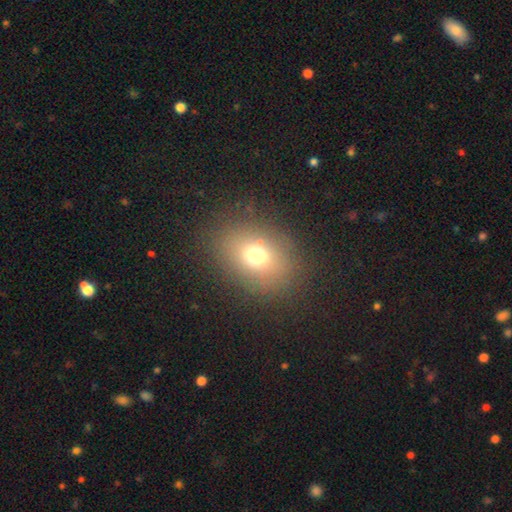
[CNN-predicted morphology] Smooth or featured?
  - smooth: 70% *
  - star or artifact: 16%
  - featured or disk: 14%
How rounded?
  - in between: 61% *
  - round: 38%
  - cigar-shaped: 1%
Merging?
  - none: 82% *
  - minor disturbance: 11%
  - major disturbance: 5%
  - merger: 2%